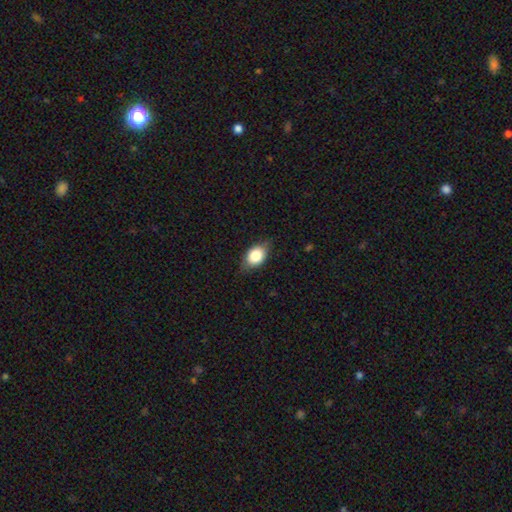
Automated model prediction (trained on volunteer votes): This appears to be a smooth galaxy with no disk features (78%) that is in between round and cigar-shaped (79%). Merging: none (76%).